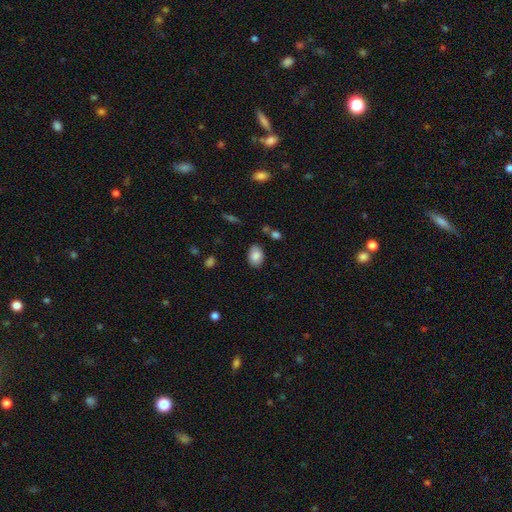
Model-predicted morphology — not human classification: Smooth or featured?
  - smooth: 85% *
  - featured or disk: 8%
  - star or artifact: 8%
How rounded?
  - in between: 82% *
  - round: 17%
  - cigar-shaped: 1%
Merging?
  - none: 83% *
  - minor disturbance: 12%
  - major disturbance: 3%
  - merger: 3%